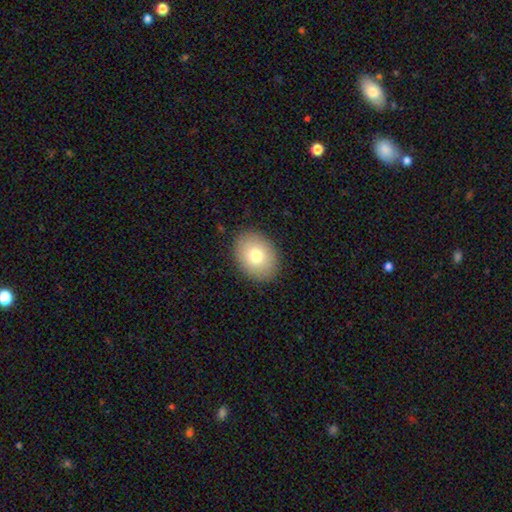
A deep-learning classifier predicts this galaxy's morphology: Smooth or featured? smooth (77%)
How rounded? in between (65%)
Merging? none (89%)